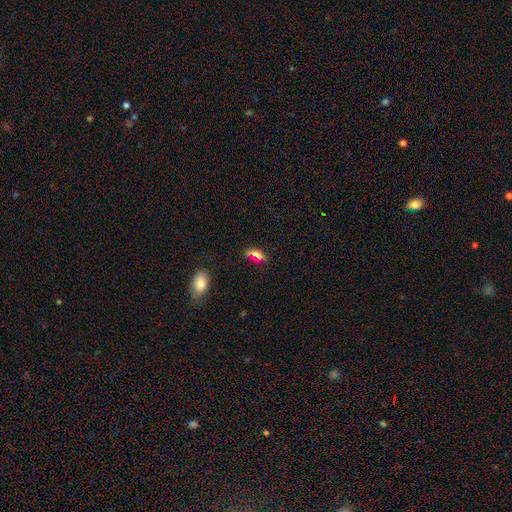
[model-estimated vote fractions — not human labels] This appears to be a smooth galaxy with no disk features (71%) that is in between round and cigar-shaped (74%). Merging: none (79%).